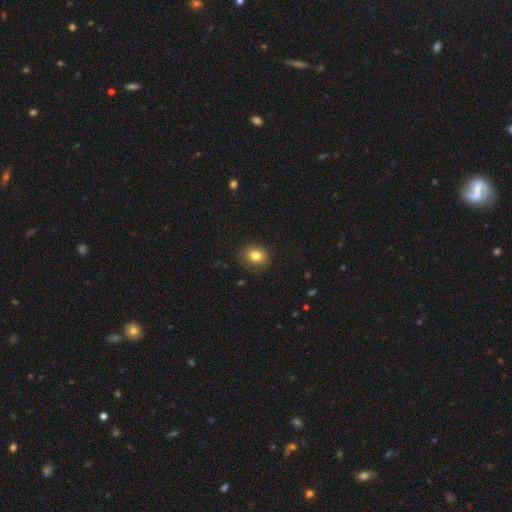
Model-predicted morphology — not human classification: A smooth galaxy with no disk features (82%) that is round (61%).

Vote fractions:
- Smooth or featured? smooth: 82% / star or artifact: 10% / featured or disk: 8%
- How rounded? round: 61% / in between: 38% / cigar-shaped: 1%
- Merging? none: 82% / minor disturbance: 13% / major disturbance: 3% / merger: 1%